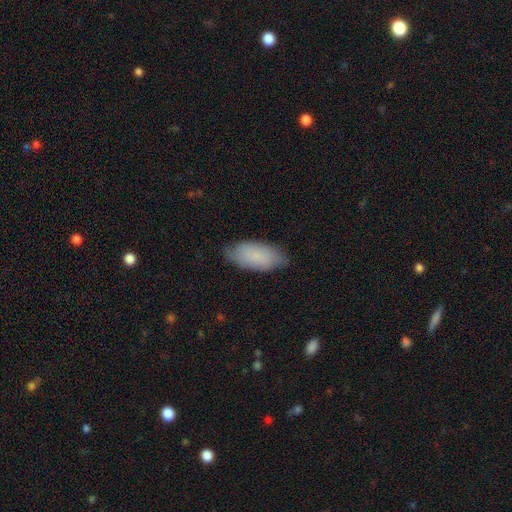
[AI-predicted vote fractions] Q: Smooth or featured?
A: smooth (82%); runner-up: featured or disk (12%)
Q: How rounded?
A: in between (90%); runner-up: cigar-shaped (9%)
Q: Merging?
A: none (79%); runner-up: minor disturbance (17%)